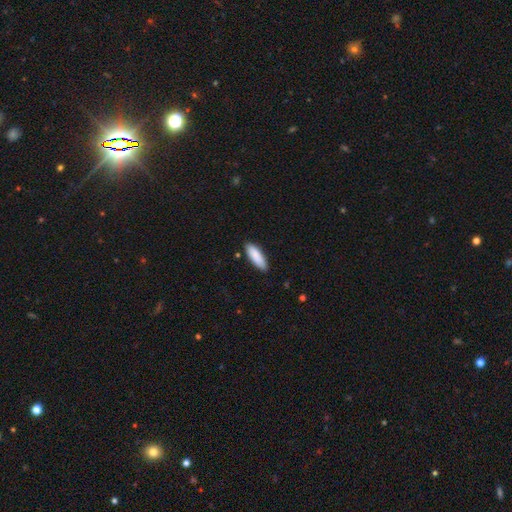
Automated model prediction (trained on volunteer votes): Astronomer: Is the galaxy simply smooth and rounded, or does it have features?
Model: smooth — 89%.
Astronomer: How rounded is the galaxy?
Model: in between — 57% (runner-up: cigar-shaped, 41%).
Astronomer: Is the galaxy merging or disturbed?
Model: none — 86%.